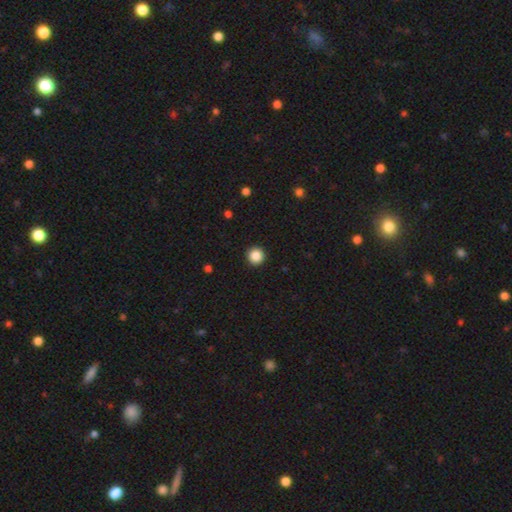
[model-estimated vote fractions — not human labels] smooth 87%, star or artifact 10%, featured or disk 3%. Down the decision tree: how rounded — round (96%); merging — none (93%).